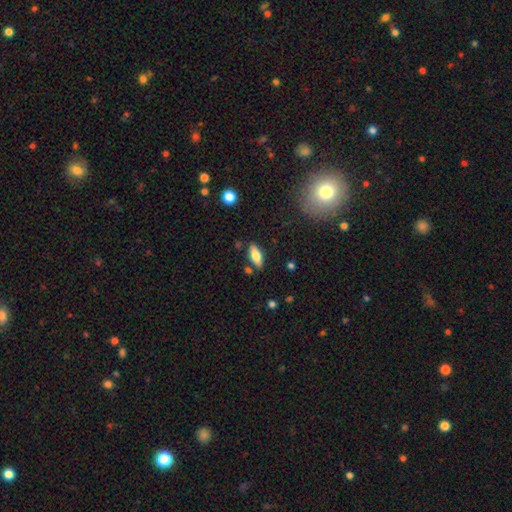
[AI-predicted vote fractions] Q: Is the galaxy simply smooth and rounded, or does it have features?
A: smooth — 67%.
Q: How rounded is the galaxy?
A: in between — 74%.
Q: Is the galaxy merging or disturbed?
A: none — 81%.